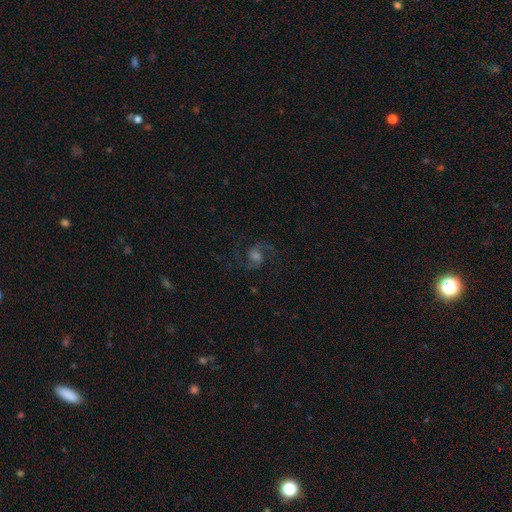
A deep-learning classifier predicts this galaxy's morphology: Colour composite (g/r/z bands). It shows a featured or disk galaxy (83%) with no bar (46%), 2 (93%) medium (54%) spiral arms (97%) and a moderate central bulge (42%). Merging: none (79%).